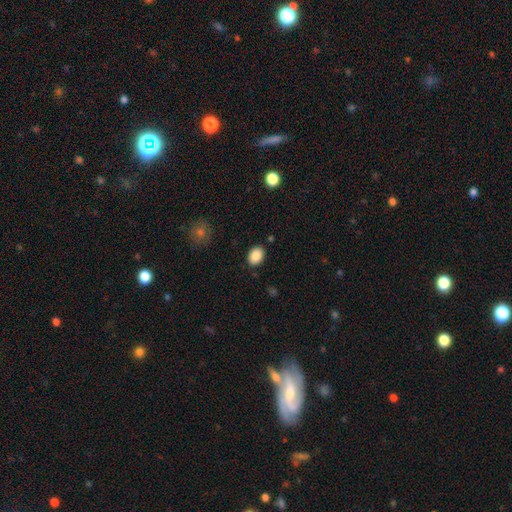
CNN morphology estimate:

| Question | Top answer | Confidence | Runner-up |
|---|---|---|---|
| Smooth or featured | smooth | 88% | star or artifact (8%) |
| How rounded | in between | 74% | round (25%) |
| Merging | none | 87% | minor disturbance (9%) |